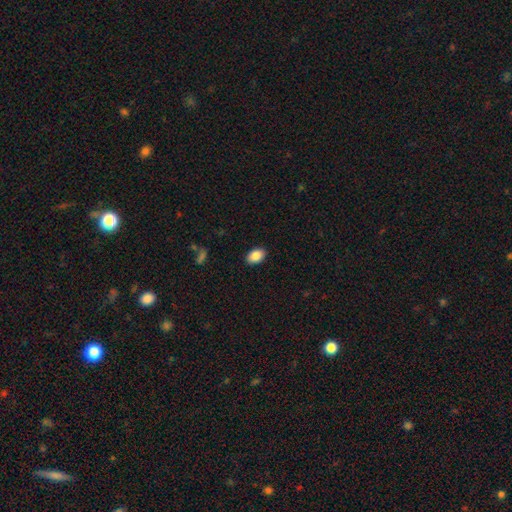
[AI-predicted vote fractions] This is clearly a smooth galaxy (89%). How rounded: clearly in between (87%). Merging: clearly none (89%).